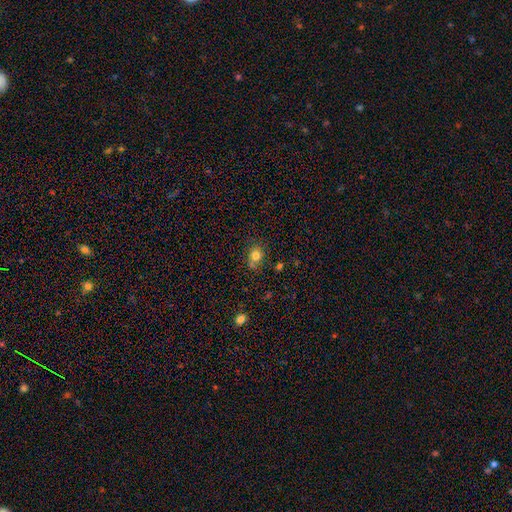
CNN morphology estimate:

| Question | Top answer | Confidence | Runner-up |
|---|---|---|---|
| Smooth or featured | smooth | 80% | star or artifact (13%) |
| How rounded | round | 71% | in between (28%) |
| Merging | none | 71% | minor disturbance (17%) |